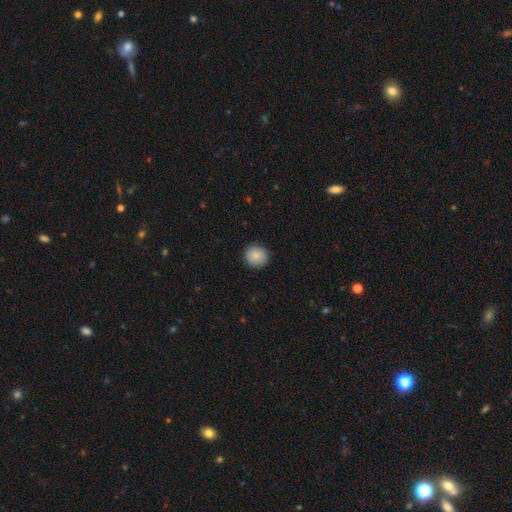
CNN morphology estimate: This appears to be a smooth galaxy with no disk features (85%) that is round (93%). Merging: none (91%).